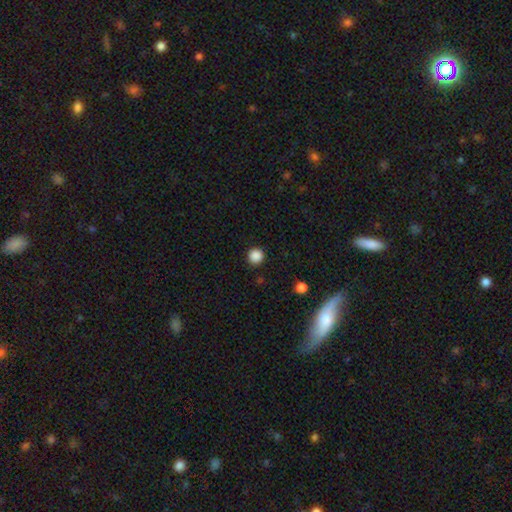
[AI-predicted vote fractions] Smooth or featured? smooth (87%)
How rounded? round (94%)
Merging? none (91%)